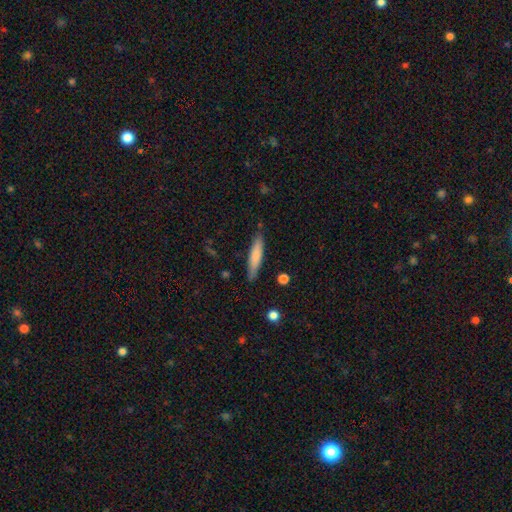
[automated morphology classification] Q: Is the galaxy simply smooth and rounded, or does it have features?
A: smooth — 76%.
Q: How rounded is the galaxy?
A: cigar-shaped — 86%.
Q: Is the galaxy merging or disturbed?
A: none — 85%.